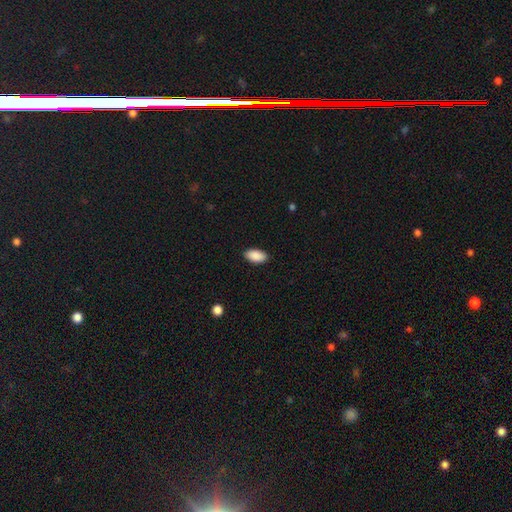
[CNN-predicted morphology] This appears to be a smooth galaxy with no disk features (91%) that is in between round and cigar-shaped (95%). Merging: none (89%).